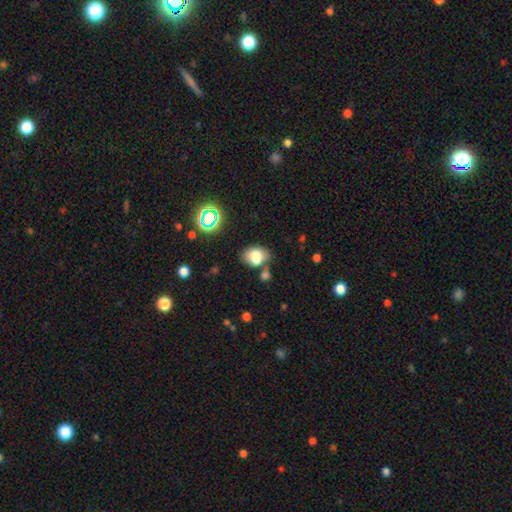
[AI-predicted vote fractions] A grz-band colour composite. It shows a smooth galaxy with no disk features (75%) that is in between round and cigar-shaped (69%). Merging: none (59%).